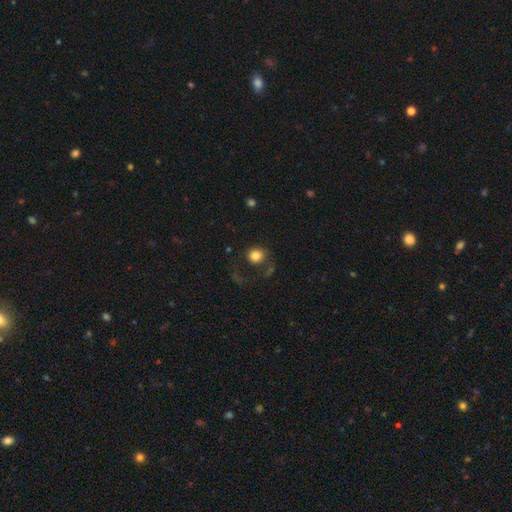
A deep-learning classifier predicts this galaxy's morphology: A smooth galaxy with no disk features (81%) that is round (86%). Merging: none (65%).